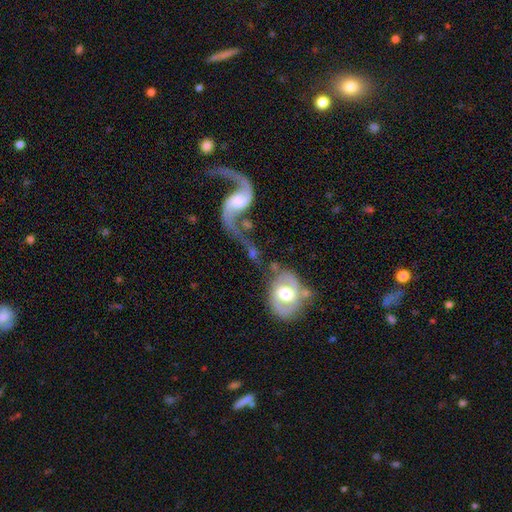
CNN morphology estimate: Smooth or featured: featured or disk — 73% (smooth — 15%)
Edge-on disk: no — 95% (yes — 5%)
Bar: no — 42% (weak — 40%)
Spiral arms: yes — 88% (no — 12%)
Spiral winding: loose — 66% (medium — 26%)
Spiral arm count: 2 — 83% (1 — 9%)
Bulge size: moderate — 46% (small — 32%)
Merging: none — 43% (merger — 29%)